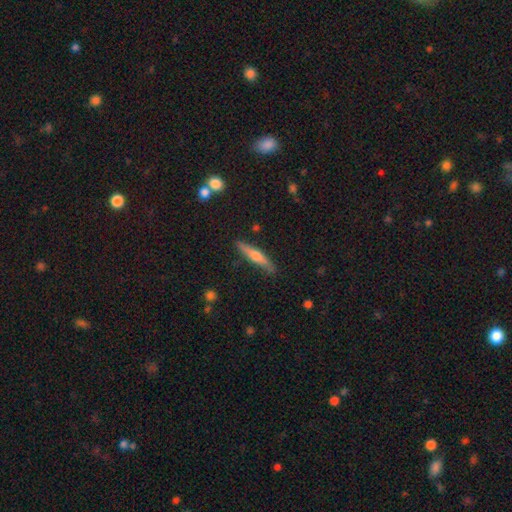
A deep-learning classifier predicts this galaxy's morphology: smooth_or_featured: featured or disk (p=0.52) [alt: smooth p=0.42]
disk_edge_on: yes (p=0.95) [alt: no p=0.05]
merging: none (p=0.87) [alt: minor disturbance p=0.10]